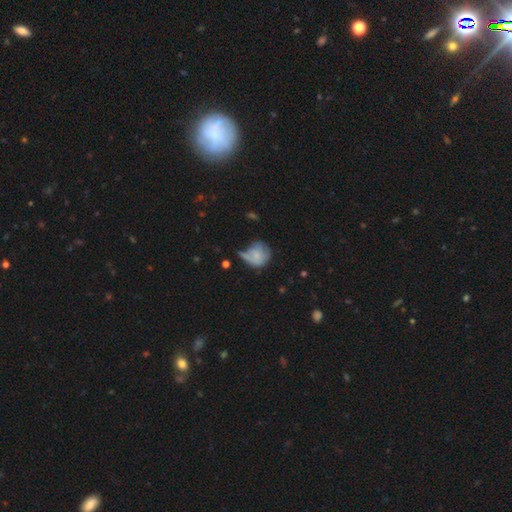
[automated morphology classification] The model was most divided on "merging": minor disturbance: 35%, none: 34%, major disturbance: 22%, merger: 9%. More confident: how rounded — round (79%); smooth or featured — smooth (63%).